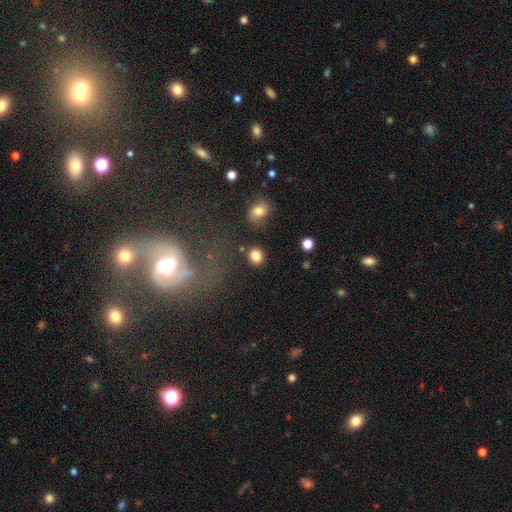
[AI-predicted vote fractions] This appears to be a smooth galaxy with no disk features (84%) that is round (76%). Merging: none (84%).